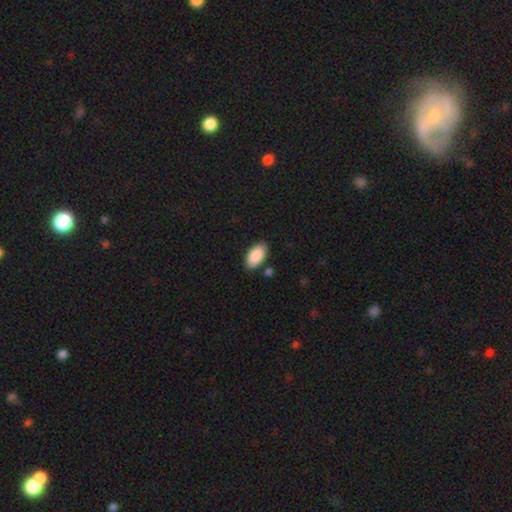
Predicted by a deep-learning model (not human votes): smooth_or_featured: smooth (p=0.89) [alt: star or artifact p=0.06]
how_rounded: in between (p=0.95) [alt: round p=0.03]
merging: none (p=0.84) [alt: minor disturbance p=0.11]